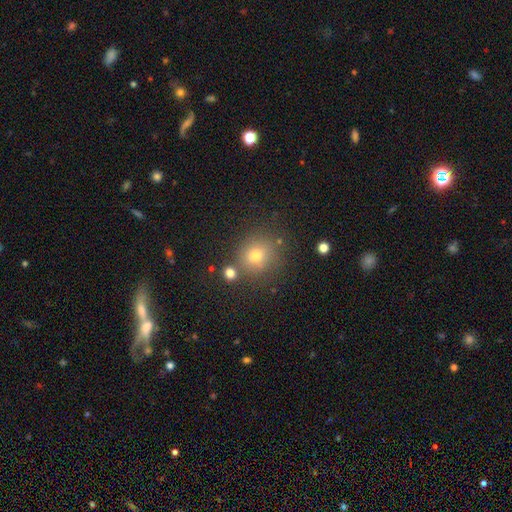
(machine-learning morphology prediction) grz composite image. It shows a smooth galaxy with no disk features (72%) that is round (86%). Merging: none (76%).